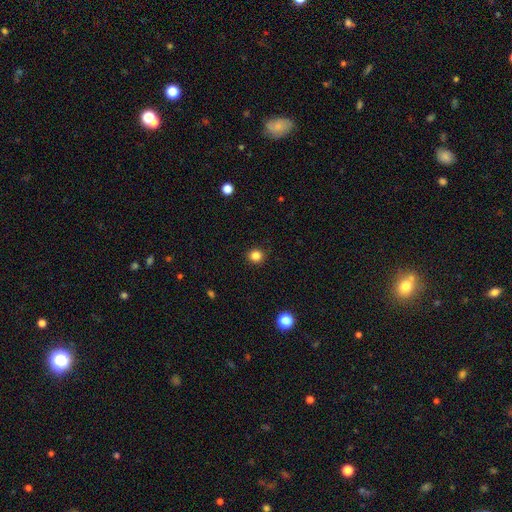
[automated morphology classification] Q: Smooth or featured?
A: smooth (84%); runner-up: star or artifact (12%)
Q: How rounded?
A: round (90%); runner-up: in between (9%)
Q: Merging?
A: none (92%); runner-up: minor disturbance (6%)